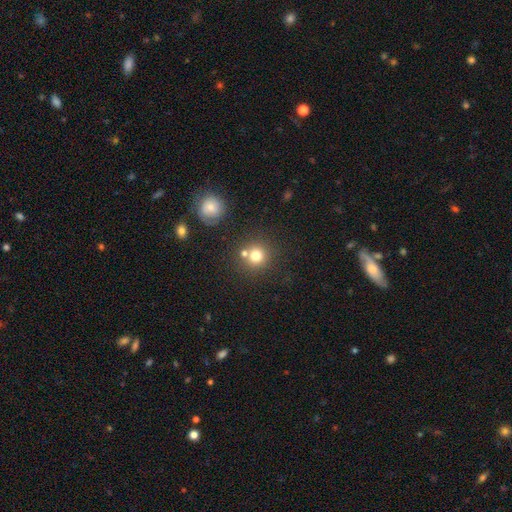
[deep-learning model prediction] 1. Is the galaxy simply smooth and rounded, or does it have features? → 77% smooth, 13% star or artifact, 10% featured or disk.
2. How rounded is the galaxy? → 92% round, 8% in between, 1% cigar-shaped.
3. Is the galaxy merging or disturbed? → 69% none, 19% merger, 9% minor disturbance, 4% major disturbance.